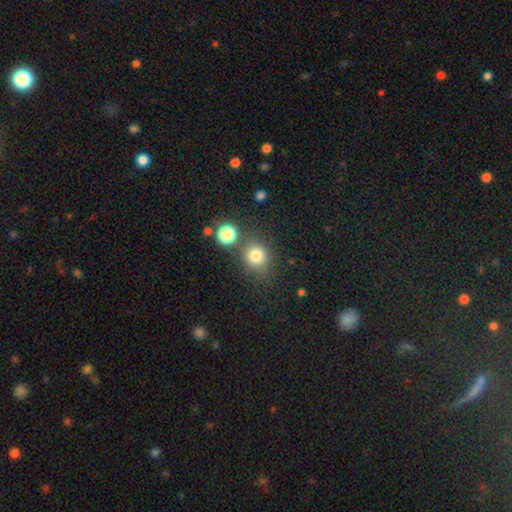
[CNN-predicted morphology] type=smooth (79%); roundness=round (83%); merging=none (72%).